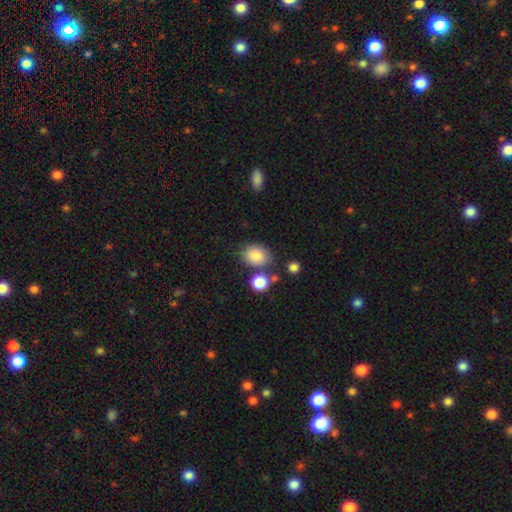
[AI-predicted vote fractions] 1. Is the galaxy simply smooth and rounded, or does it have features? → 84% smooth, 9% star or artifact, 7% featured or disk.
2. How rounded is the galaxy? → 59% in between, 40% round, 1% cigar-shaped.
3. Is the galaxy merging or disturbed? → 68% none, 15% minor disturbance, 12% merger, 5% major disturbance.